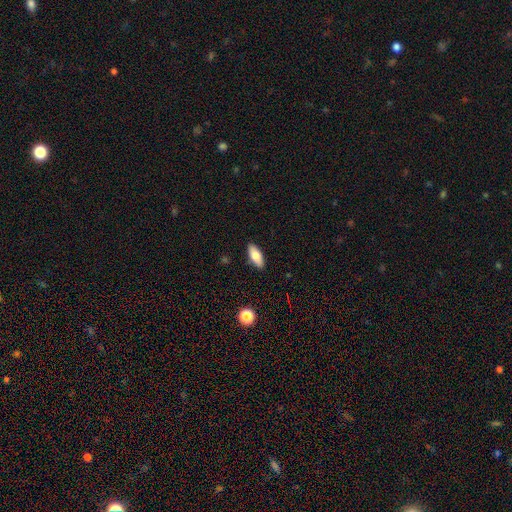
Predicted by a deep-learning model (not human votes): Morphology: type=smooth (77%); roundness=in between (80%); merging=none (89%).